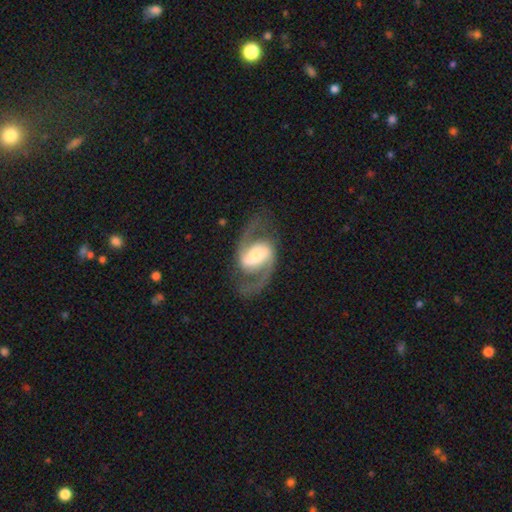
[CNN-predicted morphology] A featured or disk galaxy (90%) with a strong bar (45%), 2 (94%) medium (56%) spiral arms (97%) and a moderate central bulge (50%).

Vote fractions:
- Smooth or featured? featured or disk: 90% / smooth: 5% / star or artifact: 5%
- Edge-on disk? no: 97% / yes: 3%
- Bar? strong: 45% / weak: 37% / no: 18%
- Spiral arms? yes: 97% / no: 3%
- Spiral winding? medium: 56% / loose: 33% / tight: 11%
- Spiral arm count? 2: 94% / can't tell: 2% / 1: 1% / 3: 1% / 4: 1% / more than 4: 1%
- Bulge size? moderate: 50% / small: 26% / large: 19% / dominant: 3% / none: 2%
- Merging? none: 78% / minor disturbance: 12% / major disturbance: 9% / merger: 1%